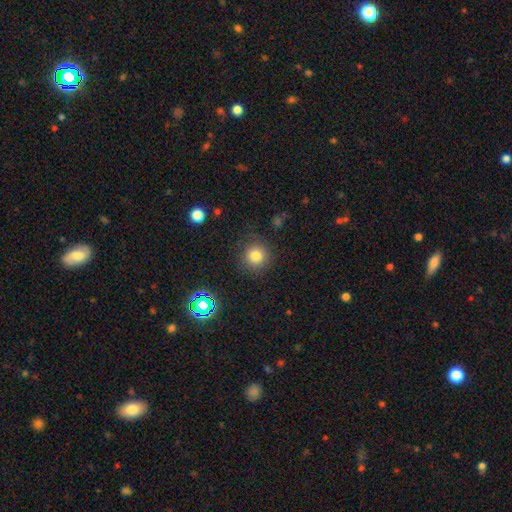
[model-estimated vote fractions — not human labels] This is likely a smooth galaxy (78%). How rounded: clearly round (94%). Merging: clearly none (85%).